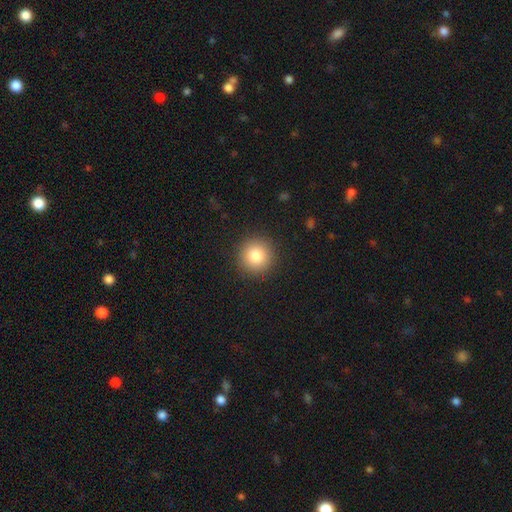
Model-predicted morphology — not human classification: This is clearly a smooth galaxy (83%). How rounded: clearly round (95%). Merging: clearly none (91%).